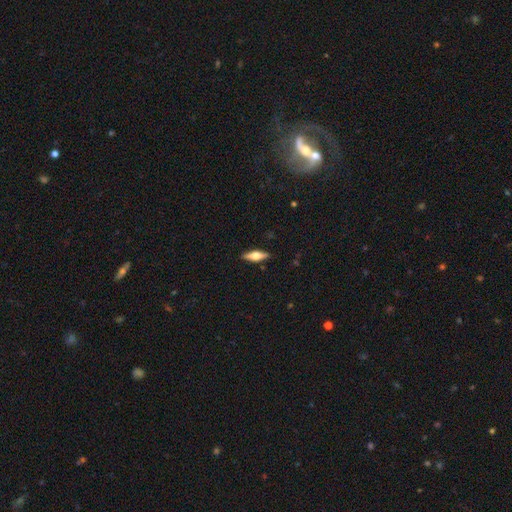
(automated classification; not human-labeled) A featured or disk galaxy (57%) viewed edge-on (95%) with a rounded central bulge (92%).

Vote fractions:
- Smooth or featured? featured or disk: 57% / smooth: 38% / star or artifact: 6%
- Edge-on disk? yes: 95% / no: 5%
- Edge-on bulge? rounded: 92% / boxy: 6% / none: 2%
- Merging? none: 89% / minor disturbance: 8% / major disturbance: 2% / merger: 1%